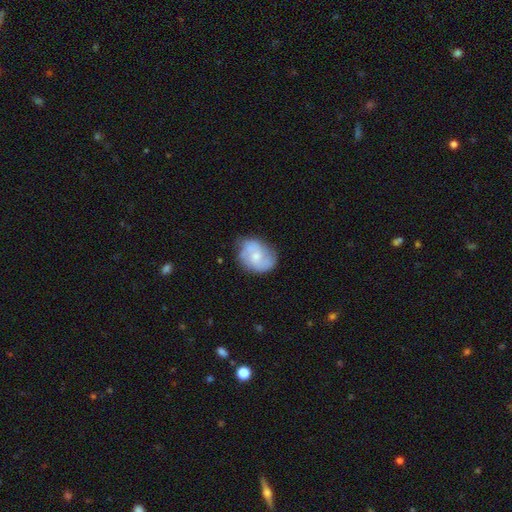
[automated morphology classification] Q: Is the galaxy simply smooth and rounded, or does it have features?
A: featured or disk — 52%.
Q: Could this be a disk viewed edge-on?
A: no — 97%.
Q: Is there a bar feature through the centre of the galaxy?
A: no — 69%.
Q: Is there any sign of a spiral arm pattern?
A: yes — 74%.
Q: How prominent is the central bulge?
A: moderate — 45%.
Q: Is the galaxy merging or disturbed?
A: none — 59%.